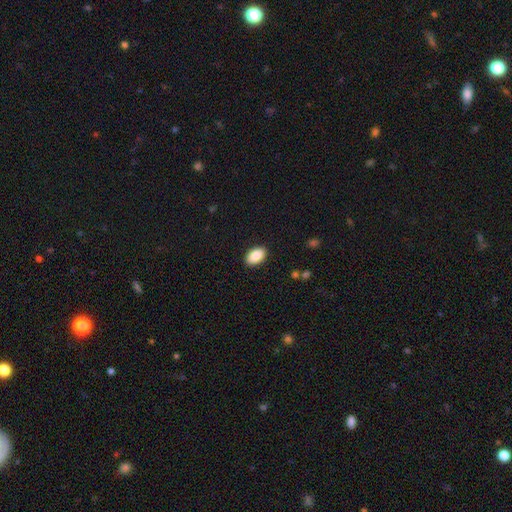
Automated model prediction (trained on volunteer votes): smooth_or_featured: smooth (p=0.89) [alt: star or artifact p=0.07]
how_rounded: in between (p=0.92) [alt: round p=0.06]
merging: none (p=0.89) [alt: minor disturbance p=0.08]